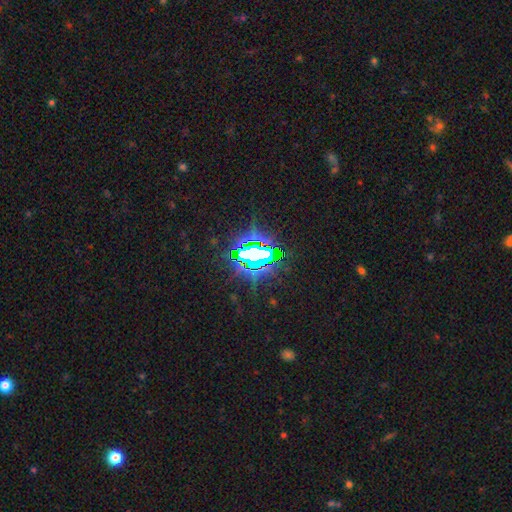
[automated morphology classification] This appears to be a star or artifact, not a galaxy (80%).